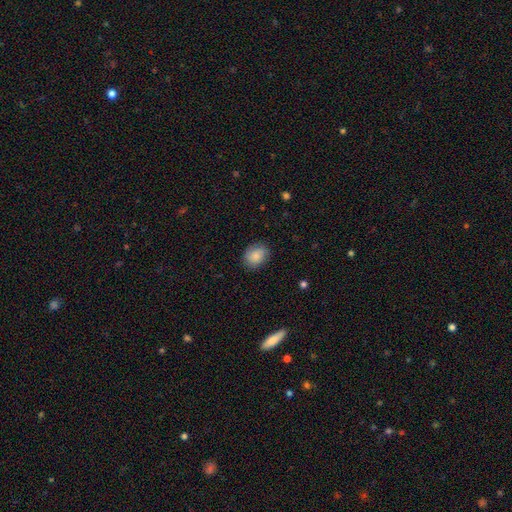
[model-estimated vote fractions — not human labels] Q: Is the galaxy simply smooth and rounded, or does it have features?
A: smooth — 84%.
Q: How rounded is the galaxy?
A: in between — 51%.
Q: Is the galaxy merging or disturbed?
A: none — 82%.